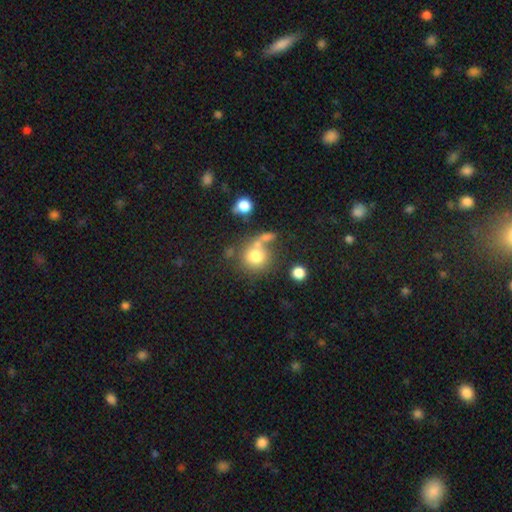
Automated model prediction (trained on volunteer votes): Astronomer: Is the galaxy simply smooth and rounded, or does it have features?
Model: smooth — 75%.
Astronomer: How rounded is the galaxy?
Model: round — 85%.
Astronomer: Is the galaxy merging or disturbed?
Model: none — 48% (runner-up: merger, 30%).